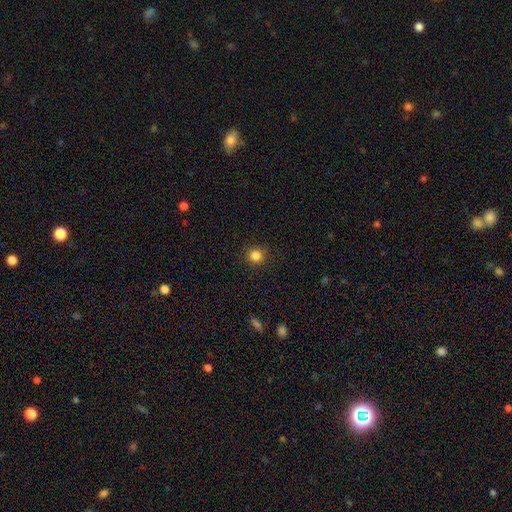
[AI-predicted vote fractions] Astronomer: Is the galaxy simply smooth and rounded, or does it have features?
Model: smooth — 84%.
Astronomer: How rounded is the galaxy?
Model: round — 94%.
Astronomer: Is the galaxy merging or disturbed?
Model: none — 90%.